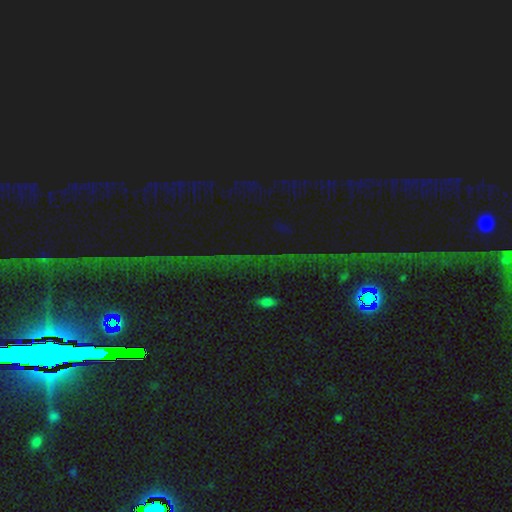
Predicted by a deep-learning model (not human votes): This appears to be a star or artifact, not a galaxy (86%).